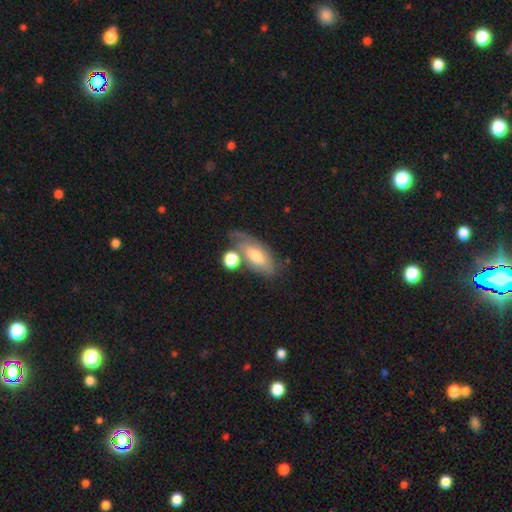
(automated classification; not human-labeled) Q: Smooth or featured?
A: smooth (51%); runner-up: featured or disk (39%)
Q: How rounded?
A: in between (81%); runner-up: cigar-shaped (12%)
Q: Merging?
A: none (48%); runner-up: minor disturbance (22%)